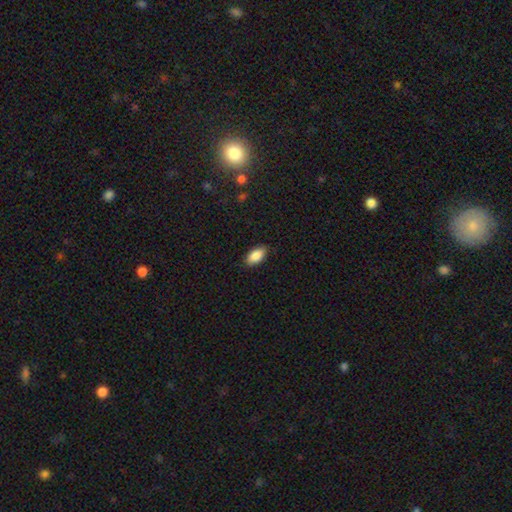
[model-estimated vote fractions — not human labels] Overall: smooth (88%). How rounded: in between (93%). Merging: none (87%).